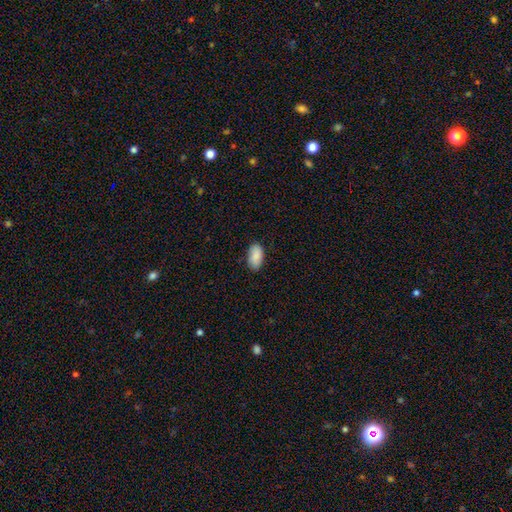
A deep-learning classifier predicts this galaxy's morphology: smooth-or-featured: smooth: 90% | star or artifact: 6% | featured or disk: 4%
  how-rounded: in between: 95% | round: 3% | cigar-shaped: 2%
  merging: none: 84% | minor disturbance: 13% | major disturbance: 2% | merger: 1%